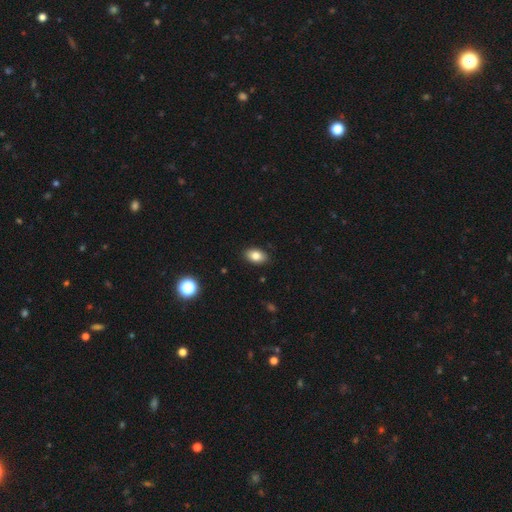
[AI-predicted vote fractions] Smooth or featured? smooth (83%)
How rounded? in between (89%)
Merging? none (89%)